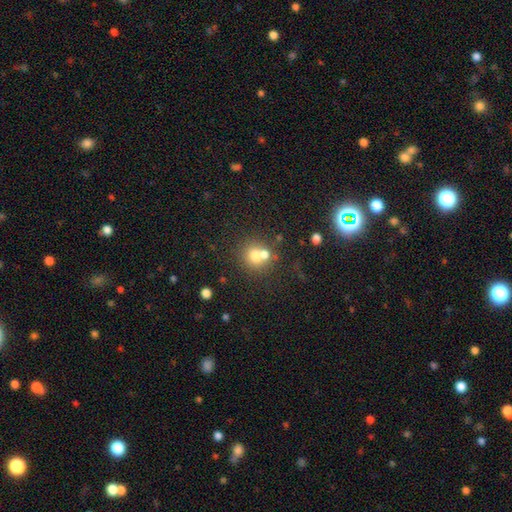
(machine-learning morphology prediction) A smooth galaxy with no disk features (69%) that is round (84%).

Vote fractions:
- Smooth or featured? smooth: 69% / featured or disk: 17% / star or artifact: 14%
- How rounded? round: 84% / in between: 15% / cigar-shaped: 1%
- Merging? none: 45% / merger: 44% / minor disturbance: 7% / major disturbance: 4%